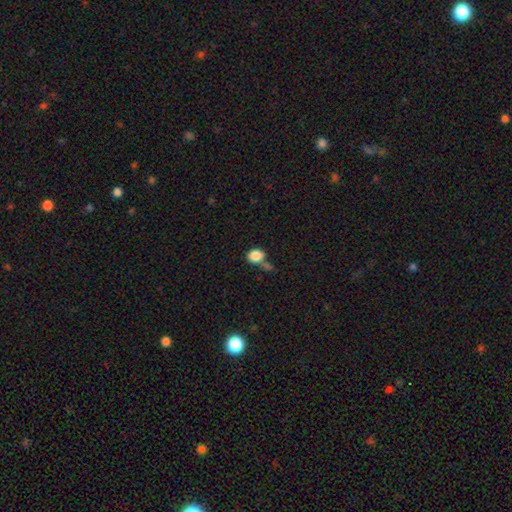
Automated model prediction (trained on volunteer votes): Smooth or featured?
  - smooth: 85% *
  - star or artifact: 9%
  - featured or disk: 6%
How rounded?
  - in between: 61% *
  - round: 38%
  - cigar-shaped: 1%
Merging?
  - none: 46% *
  - merger: 28%
  - minor disturbance: 18%
  - major disturbance: 8%